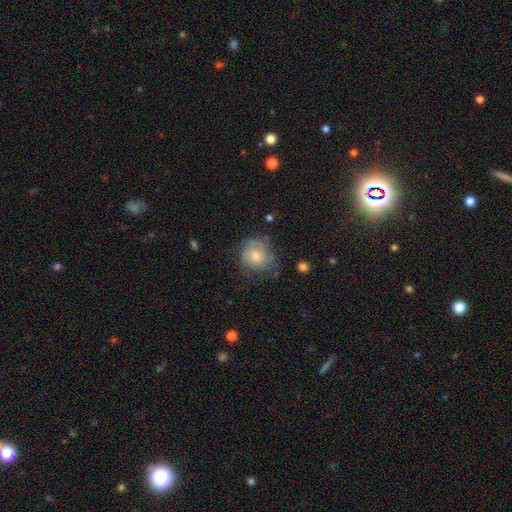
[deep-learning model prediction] Smooth or featured? Predicted: smooth (p=0.49). Merging? Predicted: none (p=0.61).